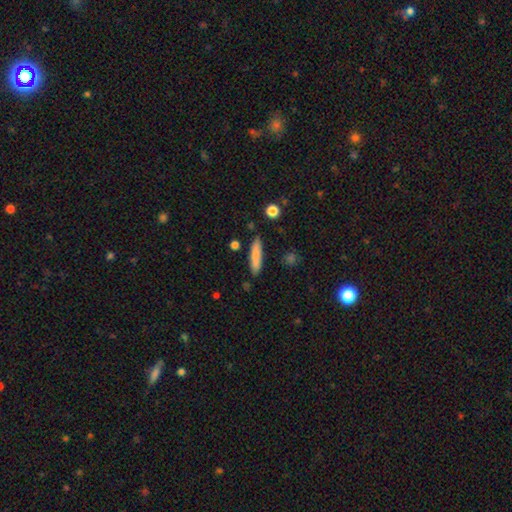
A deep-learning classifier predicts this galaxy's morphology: This is clearly a smooth galaxy (80%). How rounded: clearly cigar-shaped (84%). Merging: clearly none (85%).